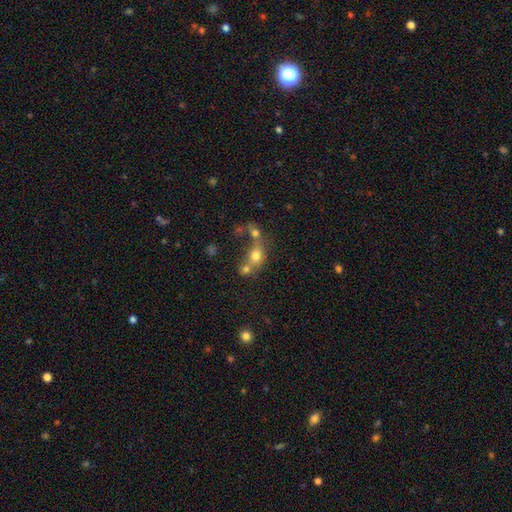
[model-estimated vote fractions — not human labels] A smooth galaxy with no disk features (70%) that is round (57%).

Vote fractions:
- Smooth or featured? smooth: 70% / featured or disk: 16% / star or artifact: 14%
- How rounded? round: 57% / in between: 41% / cigar-shaped: 2%
- Merging? merger: 57% / none: 28% / minor disturbance: 8% / major disturbance: 7%